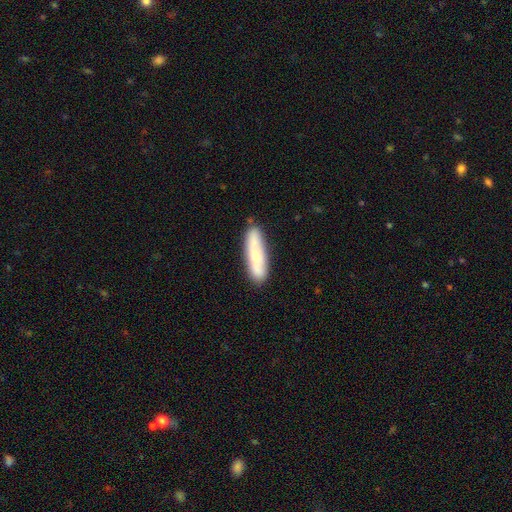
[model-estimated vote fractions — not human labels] Smooth or featured? Predicted: smooth (p=0.59). How rounded? Predicted: cigar-shaped (p=0.64). Merging? Predicted: none (p=0.83).